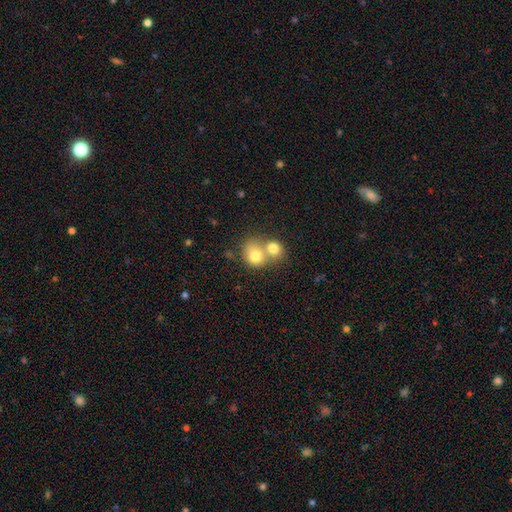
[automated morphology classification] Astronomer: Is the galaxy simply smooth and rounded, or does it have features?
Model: smooth — 75%.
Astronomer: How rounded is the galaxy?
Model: round — 67%.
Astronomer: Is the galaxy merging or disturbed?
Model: merger — 67%.